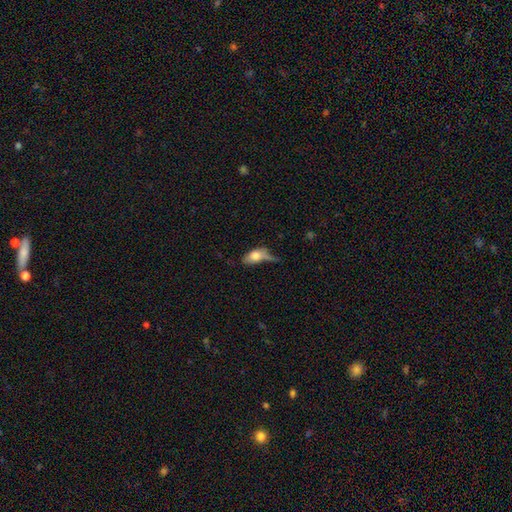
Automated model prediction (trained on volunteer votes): This appears to be a smooth galaxy with no disk features (66%) that is in between round and cigar-shaped (81%). Merging: major disturbance (31%).